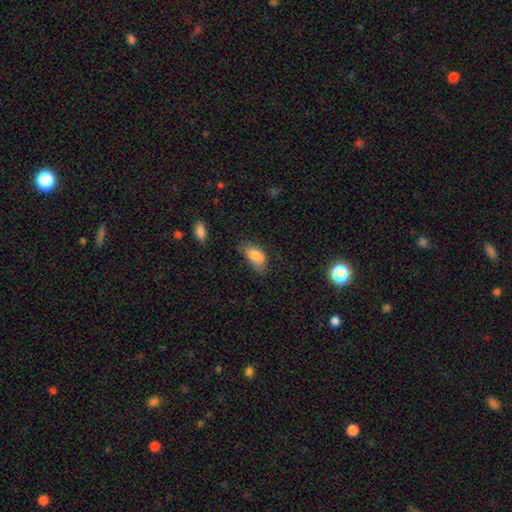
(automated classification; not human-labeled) Overall: smooth (79%). How rounded: in between (91%). Merging: none (46%; minor disturbance 36%).